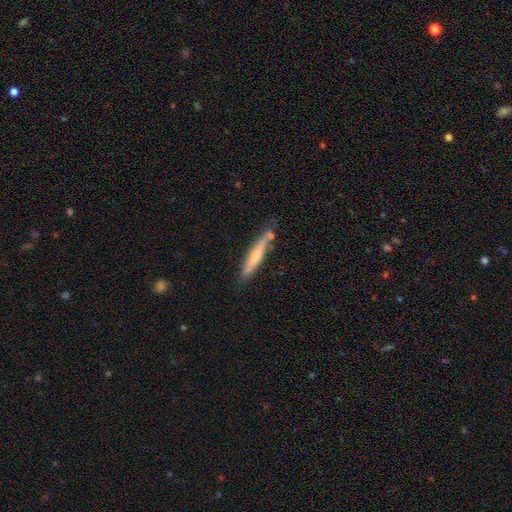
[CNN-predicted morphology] Smooth or featured? Predicted: smooth (p=0.55). How rounded? Predicted: cigar-shaped (p=0.92). Merging? Predicted: none (p=0.70).